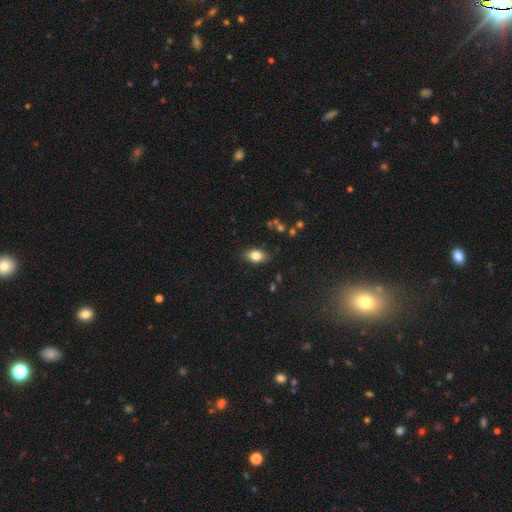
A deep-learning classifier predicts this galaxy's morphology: Overall: smooth (81%). How rounded: in between (85%). Merging: none (84%).